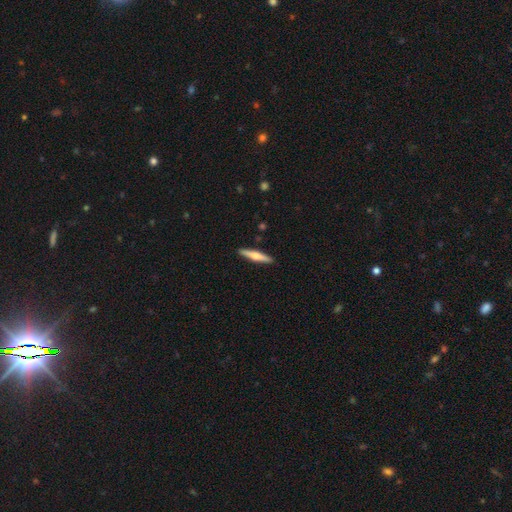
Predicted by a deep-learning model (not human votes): smooth-or-featured: featured or disk: 50% | smooth: 45% | star or artifact: 5%
  merging: none: 91% | minor disturbance: 7% | major disturbance: 1% | merger: 1%